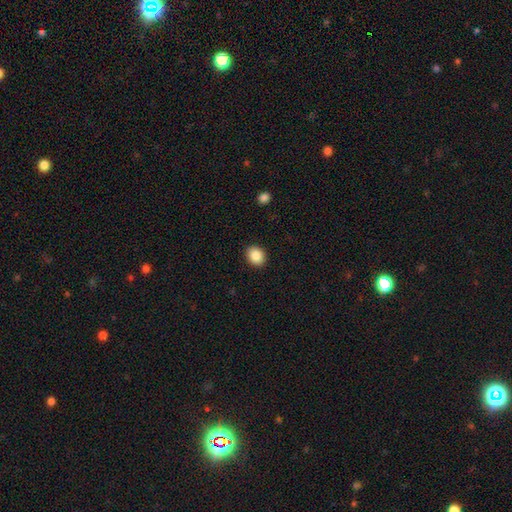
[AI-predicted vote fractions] This appears to be a smooth galaxy with no disk features (88%) that is in between round and cigar-shaped (50%). Merging: none (91%).